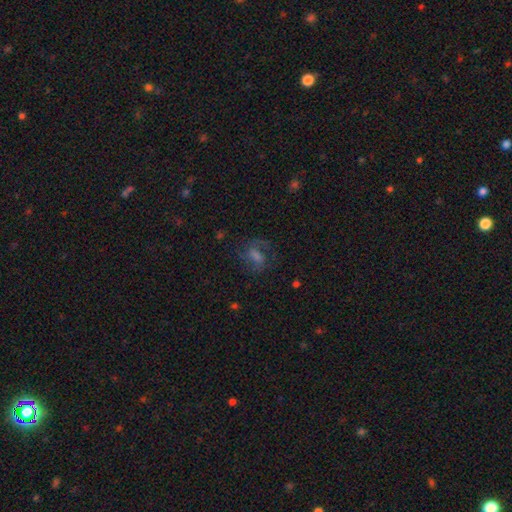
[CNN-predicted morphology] The model was most divided on "smooth or featured": featured or disk: 46%, smooth: 31%, star or artifact: 22%. More confident: merging — none (65%).